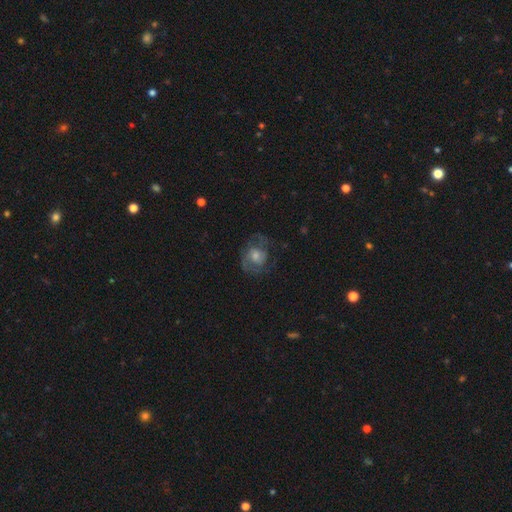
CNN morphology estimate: Smooth or featured: featured or disk — 69% (smooth — 20%)
Edge-on disk: no — 97% (yes — 3%)
Bar: no — 64% (weak — 30%)
Spiral arms: yes — 88% (no — 12%)
Spiral winding: medium — 49% (tight — 35%)
Spiral arm count: 2 — 62% (can't tell — 19%)
Bulge size: moderate — 46% (small — 33%)
Merging: none — 66% (minor disturbance — 18%)